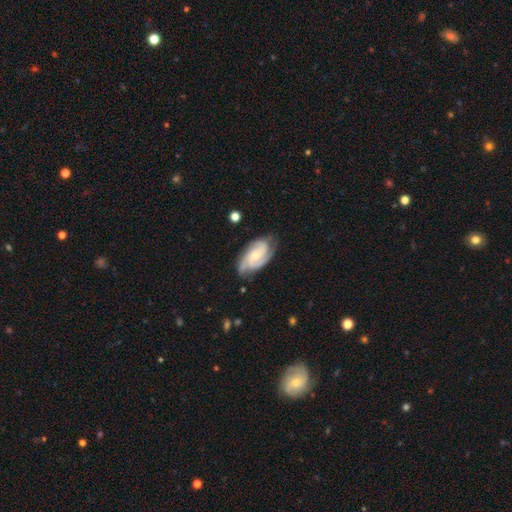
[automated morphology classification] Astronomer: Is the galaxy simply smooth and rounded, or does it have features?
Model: featured or disk — 85%.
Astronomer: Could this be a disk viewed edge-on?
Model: no — 97%.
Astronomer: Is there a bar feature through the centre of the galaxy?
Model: no — 63%.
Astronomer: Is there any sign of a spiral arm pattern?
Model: yes — 98%.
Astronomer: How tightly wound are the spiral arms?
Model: tight — 52% (runner-up: medium, 40%).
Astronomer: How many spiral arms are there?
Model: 3 — 50% (runner-up: 2, 26%).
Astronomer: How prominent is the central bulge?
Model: small — 58% (runner-up: moderate, 35%).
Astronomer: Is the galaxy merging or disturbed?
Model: none — 73%.